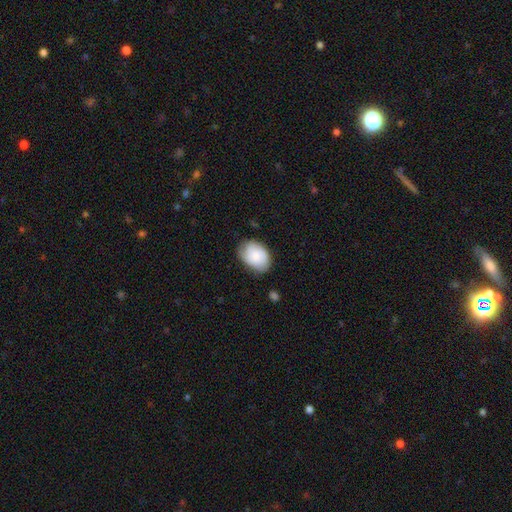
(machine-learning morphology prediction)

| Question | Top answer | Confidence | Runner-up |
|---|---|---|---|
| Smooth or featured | smooth | 76% | featured or disk (18%) |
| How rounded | in between | 80% | round (20%) |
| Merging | none | 69% | minor disturbance (24%) |